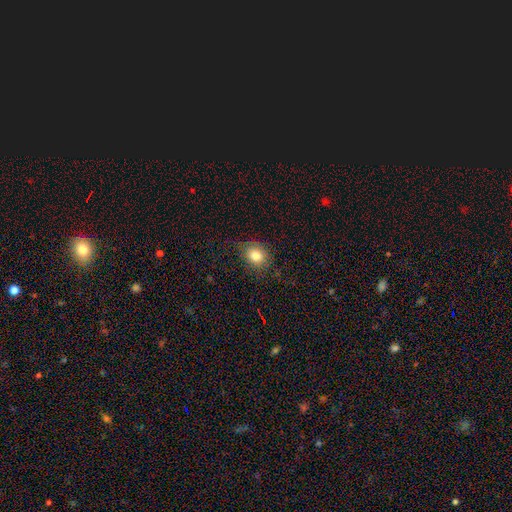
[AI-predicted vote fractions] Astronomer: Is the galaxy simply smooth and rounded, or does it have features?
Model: smooth — 81%.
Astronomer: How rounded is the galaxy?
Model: round — 65%.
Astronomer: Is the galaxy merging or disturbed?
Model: none — 74%.